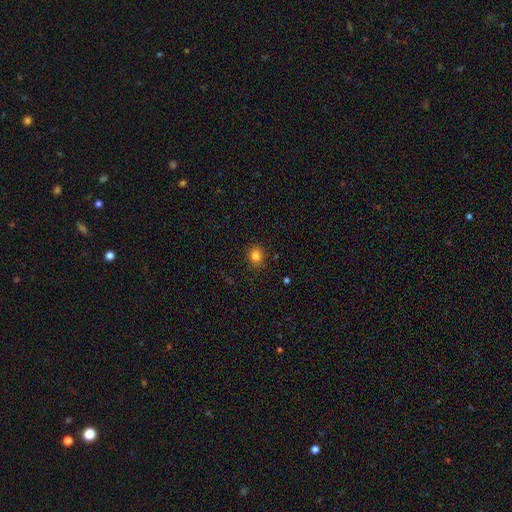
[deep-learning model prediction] Morphology: type=smooth (83%); roundness=round (72%); merging=none (87%).